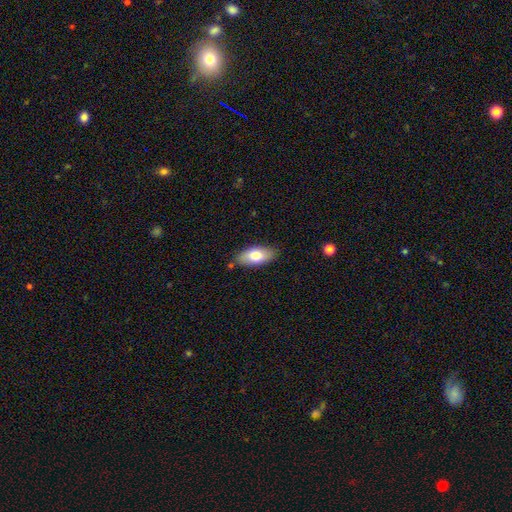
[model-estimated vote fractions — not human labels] This appears to be a smooth galaxy with no disk features (75%) that is in between round and cigar-shaped (89%). Merging: none (83%).